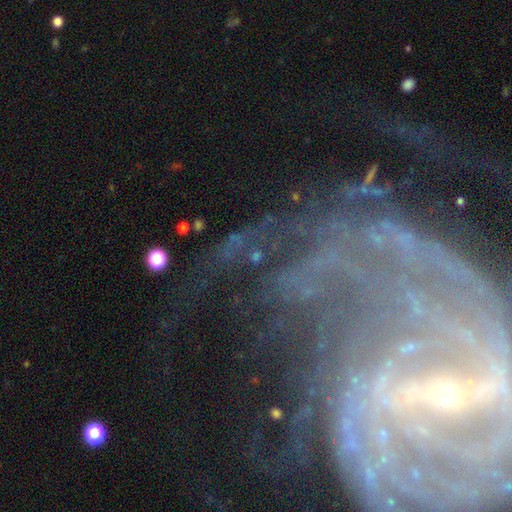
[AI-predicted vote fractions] Overall: star or artifact (42%, tied with featured or disk).